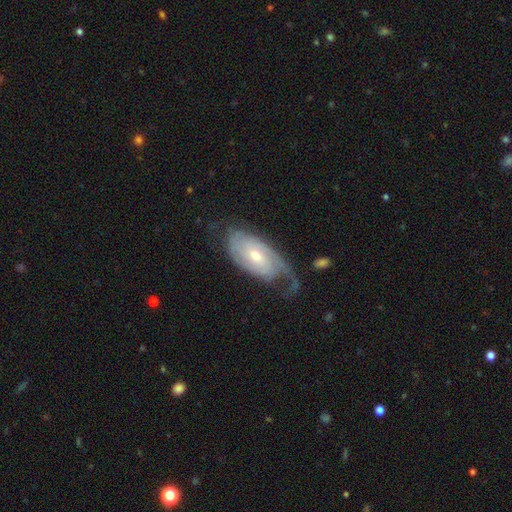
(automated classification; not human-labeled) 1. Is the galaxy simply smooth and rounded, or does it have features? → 76% featured or disk, 19% smooth, 5% star or artifact.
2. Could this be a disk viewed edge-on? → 93% no, 7% yes.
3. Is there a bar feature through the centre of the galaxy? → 58% no, 34% weak, 8% strong.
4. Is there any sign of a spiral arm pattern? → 90% yes, 10% no.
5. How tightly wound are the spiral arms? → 51% tight, 31% medium, 17% loose.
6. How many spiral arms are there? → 42% 2, 26% can't tell, 23% 1, 5% 3, 2% 4, 2% more than 4.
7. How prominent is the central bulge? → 53% moderate, 43% small, 3% large, 1% none, 1% dominant.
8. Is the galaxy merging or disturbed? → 47% none, 25% minor disturbance, 25% major disturbance, 3% merger.